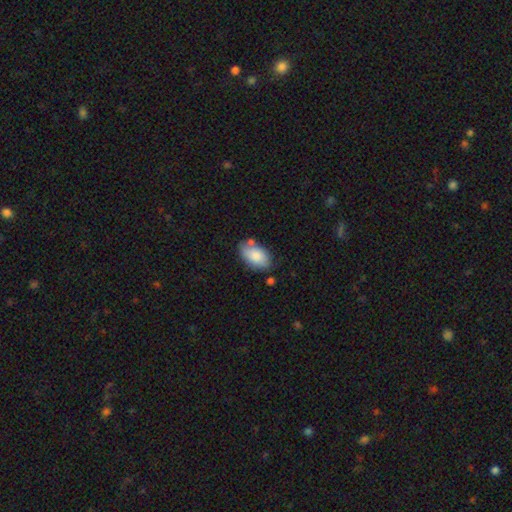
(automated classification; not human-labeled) Smooth or featured?
  - smooth: 83% *
  - featured or disk: 11%
  - star or artifact: 6%
How rounded?
  - in between: 93% *
  - round: 5%
  - cigar-shaped: 2%
Merging?
  - none: 67% *
  - minor disturbance: 20%
  - merger: 8%
  - major disturbance: 4%